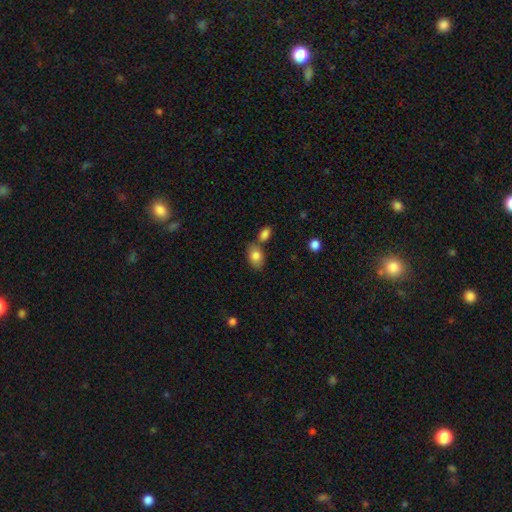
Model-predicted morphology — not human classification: A smooth galaxy with no disk features (82%) that is in between round and cigar-shaped (82%). Merging: none (55%).